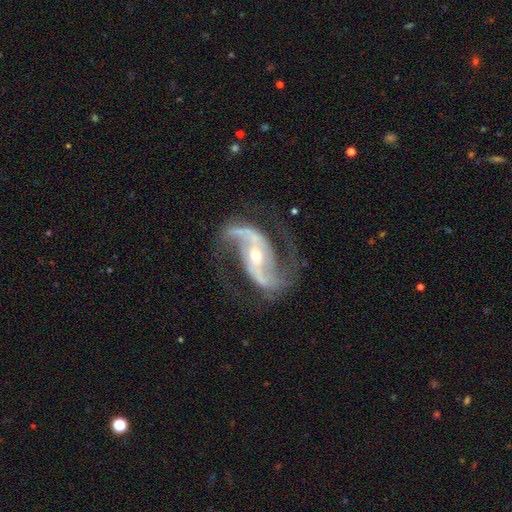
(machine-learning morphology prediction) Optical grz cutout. It shows a featured or disk galaxy (93%) with a strong bar (47%), 2 (94%) medium (51%) spiral arms (98%) and a small central bulge (53%). Merging: none (75%).